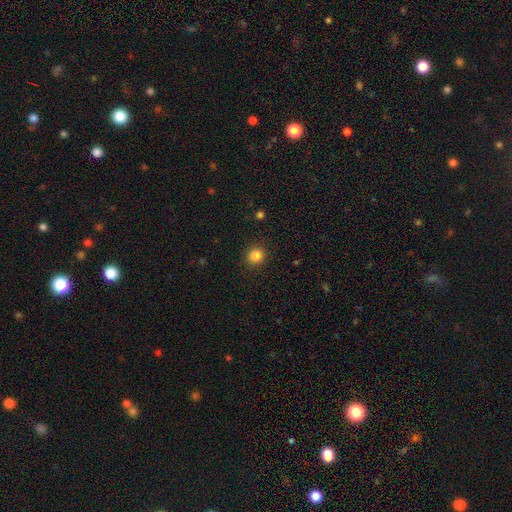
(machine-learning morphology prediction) smooth 85%, star or artifact 11%, featured or disk 4%. Down the decision tree: how rounded — round (87%); merging — none (91%).